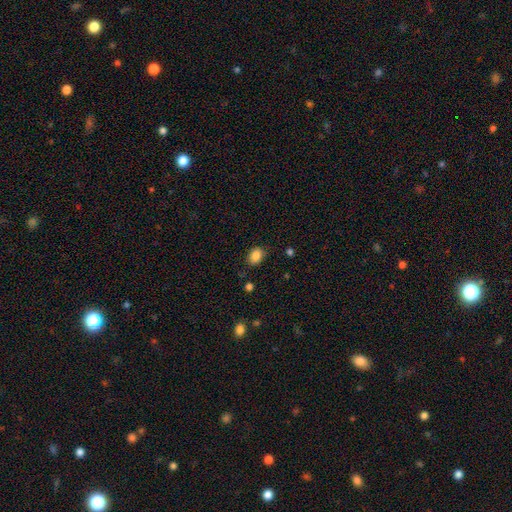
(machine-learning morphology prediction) Smooth or featured?
  - smooth: 86% *
  - star or artifact: 9%
  - featured or disk: 5%
How rounded?
  - in between: 72% *
  - round: 27%
  - cigar-shaped: 1%
Merging?
  - none: 82% *
  - minor disturbance: 13%
  - major disturbance: 3%
  - merger: 2%